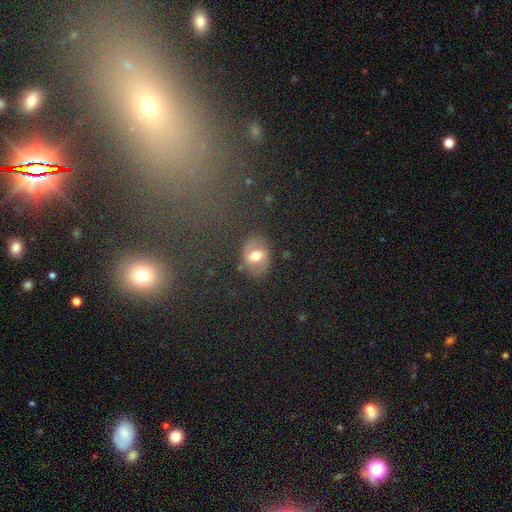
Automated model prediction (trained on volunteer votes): A smooth galaxy with no disk features (51%) that is in between round and cigar-shaped (62%). Merging: none (80%).